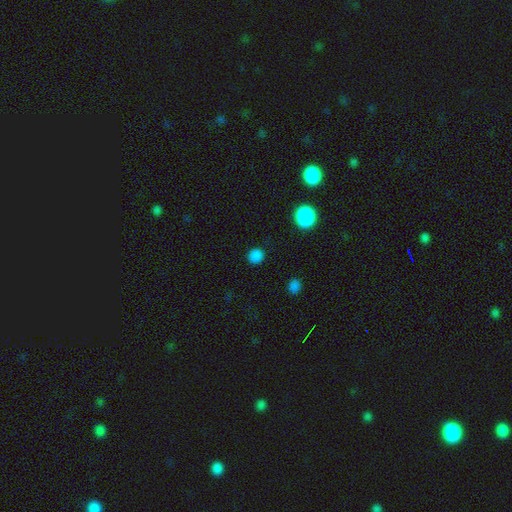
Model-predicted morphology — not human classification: The model was most divided on "smooth or featured": smooth: 83%, star or artifact: 14%, featured or disk: 3%. More confident: merging — none (90%); how rounded — round (87%).